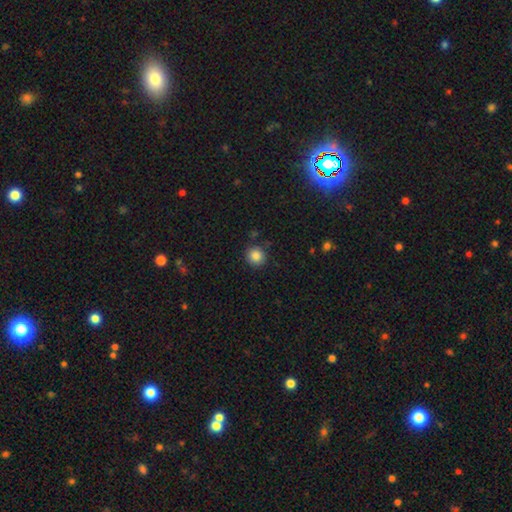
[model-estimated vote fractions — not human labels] Q: Smooth or featured?
A: smooth (85%); runner-up: star or artifact (10%)
Q: How rounded?
A: round (90%); runner-up: in between (10%)
Q: Merging?
A: none (87%); runner-up: minor disturbance (9%)